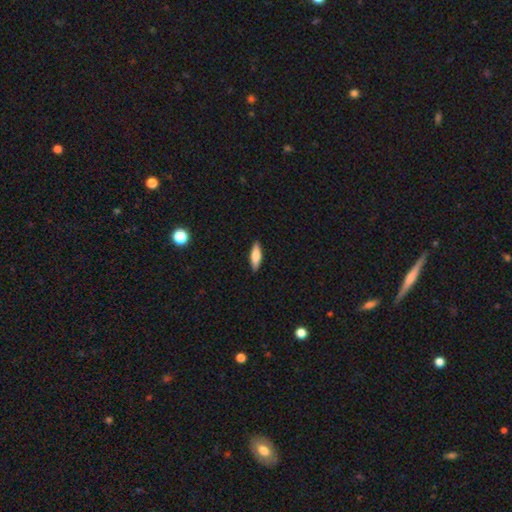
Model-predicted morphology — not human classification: type=smooth (73%); roundness=cigar-shaped (51%); merging=none (89%).